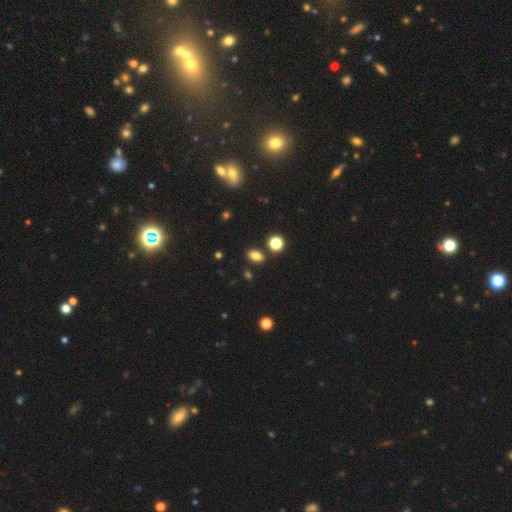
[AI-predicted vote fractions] smooth-or-featured: smooth: 81% | star or artifact: 14% | featured or disk: 6%
  how-rounded: in between: 82% | round: 16% | cigar-shaped: 2%
  merging: none: 84% | minor disturbance: 9% | merger: 5% | major disturbance: 2%